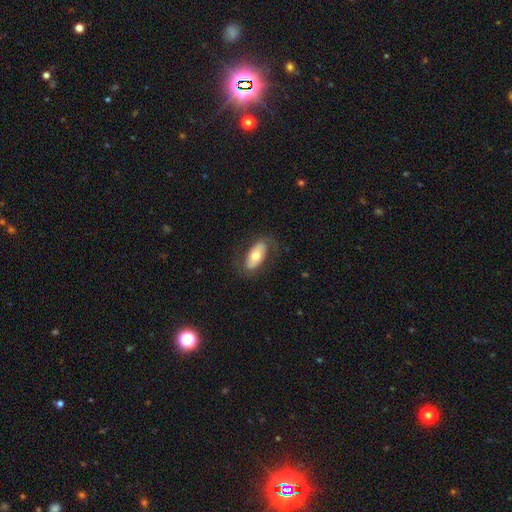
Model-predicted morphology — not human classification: This appears to be a smooth galaxy with no disk features (56%) that is in between round and cigar-shaped (90%). Merging: none (74%).